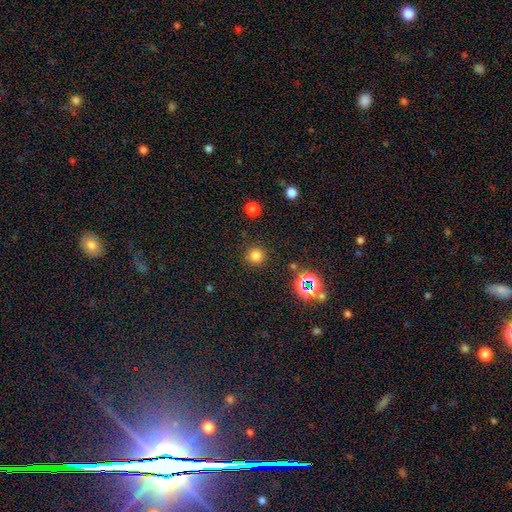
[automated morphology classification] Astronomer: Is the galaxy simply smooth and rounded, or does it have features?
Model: smooth — 76%.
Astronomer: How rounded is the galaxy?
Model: round — 94%.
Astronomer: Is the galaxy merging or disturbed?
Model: none — 89%.